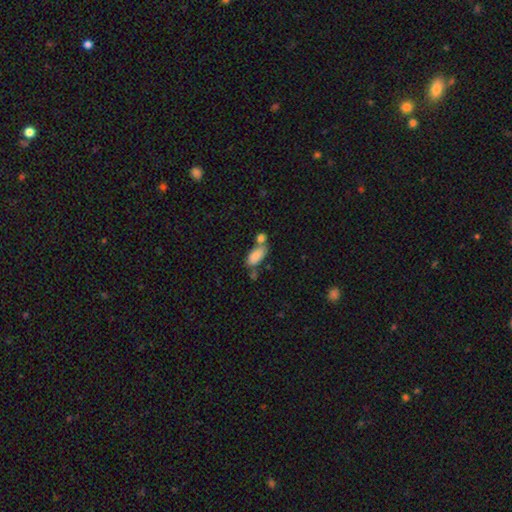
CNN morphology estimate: The model was most divided on "merging": none: 41%, merger: 39%, minor disturbance: 14%, major disturbance: 6%. More confident: how rounded — in between (89%); smooth or featured — smooth (84%).